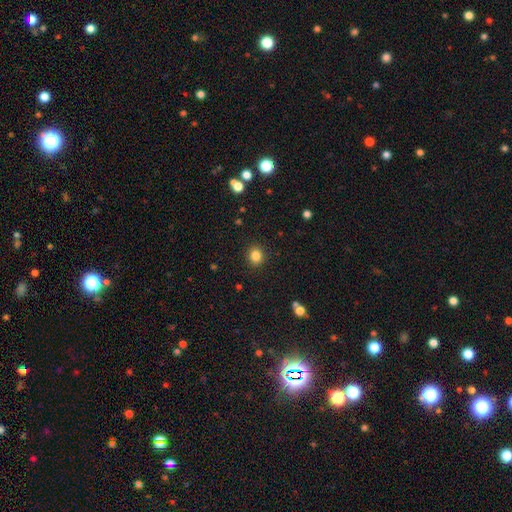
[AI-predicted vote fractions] smooth-or-featured: smooth: 84% | star or artifact: 11% | featured or disk: 5%
  how-rounded: round: 73% | in between: 26% | cigar-shaped: 1%
  merging: none: 90% | minor disturbance: 6% | major disturbance: 2% | merger: 1%